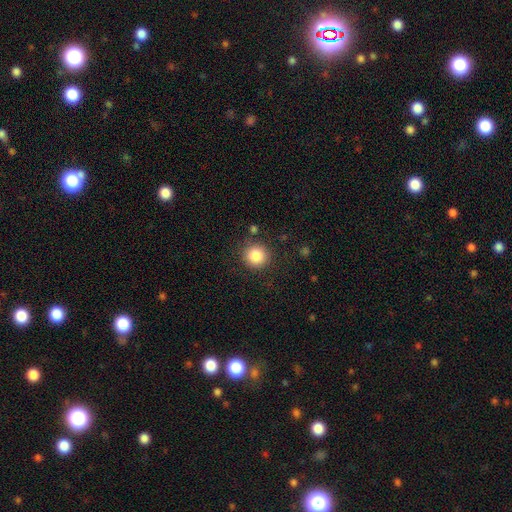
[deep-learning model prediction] smooth-or-featured: smooth: 85% | star or artifact: 10% | featured or disk: 5%
  how-rounded: round: 93% | in between: 6% | cigar-shaped: 1%
  merging: none: 86% | minor disturbance: 8% | major disturbance: 3% | merger: 2%